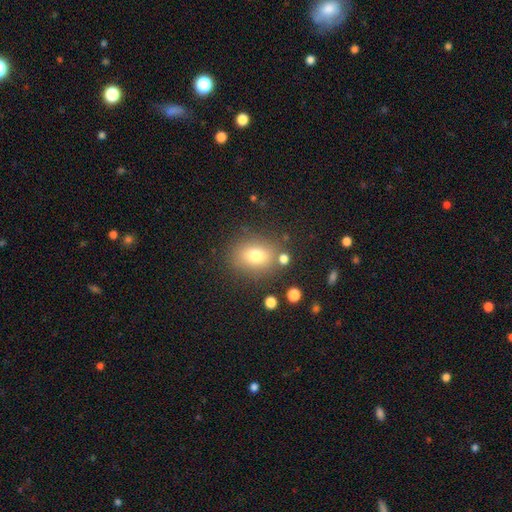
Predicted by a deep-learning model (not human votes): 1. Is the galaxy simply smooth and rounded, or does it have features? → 75% smooth, 13% star or artifact, 12% featured or disk.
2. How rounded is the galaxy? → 50% round, 48% in between, 1% cigar-shaped.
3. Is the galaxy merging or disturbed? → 77% none, 12% minor disturbance, 6% merger, 5% major disturbance.